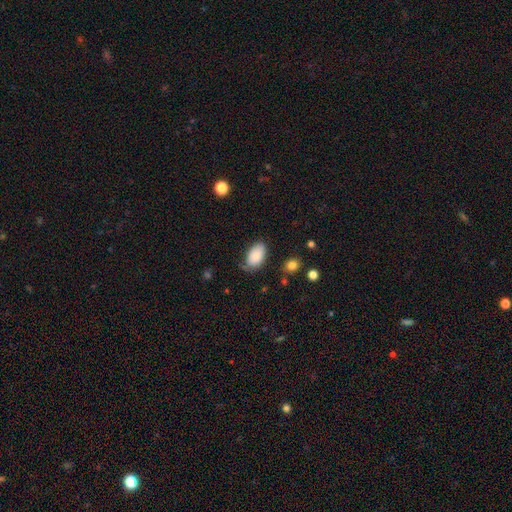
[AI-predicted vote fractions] Smooth or featured?
  - smooth: 86% *
  - featured or disk: 8%
  - star or artifact: 7%
How rounded?
  - in between: 94% *
  - round: 5%
  - cigar-shaped: 1%
Merging?
  - none: 63% *
  - minor disturbance: 26%
  - major disturbance: 8%
  - merger: 3%